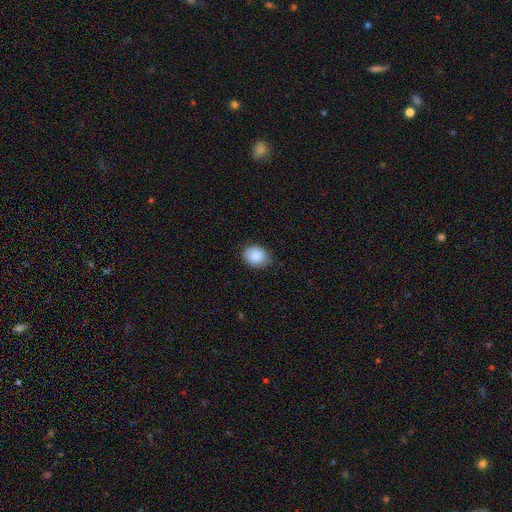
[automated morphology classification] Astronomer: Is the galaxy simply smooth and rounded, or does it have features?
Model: smooth — 88%.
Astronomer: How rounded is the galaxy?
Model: in between — 58% (runner-up: round, 41%).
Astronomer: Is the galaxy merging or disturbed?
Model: none — 80%.